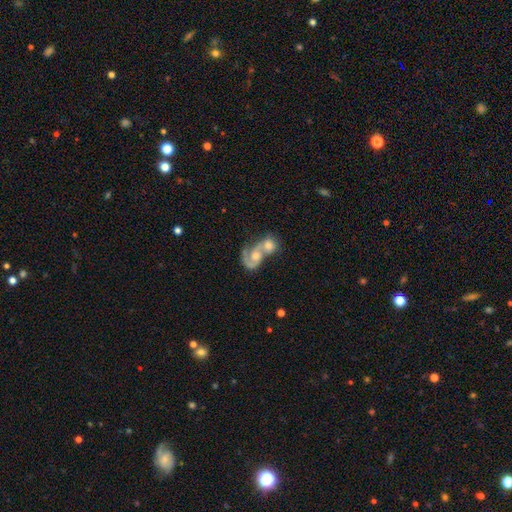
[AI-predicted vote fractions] This appears to be a featured or disk galaxy (71%) with no bar (64%), 2 (60%) medium (42%) spiral arms (84%) and a moderate central bulge (56%). Merging: merger (75%).